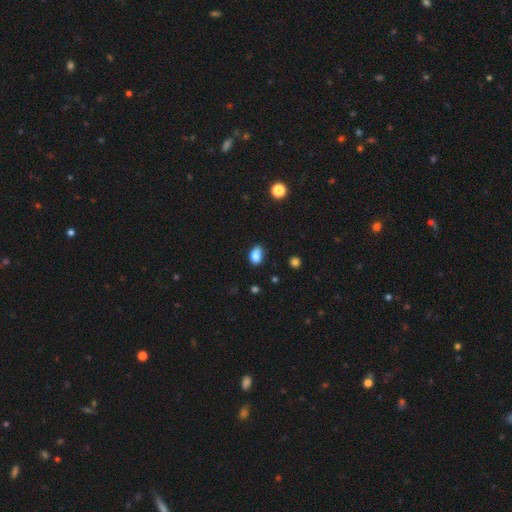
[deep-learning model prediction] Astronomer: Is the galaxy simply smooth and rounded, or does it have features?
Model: smooth — 84%.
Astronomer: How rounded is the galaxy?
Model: in between — 79%.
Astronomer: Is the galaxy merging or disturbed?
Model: none — 58%.